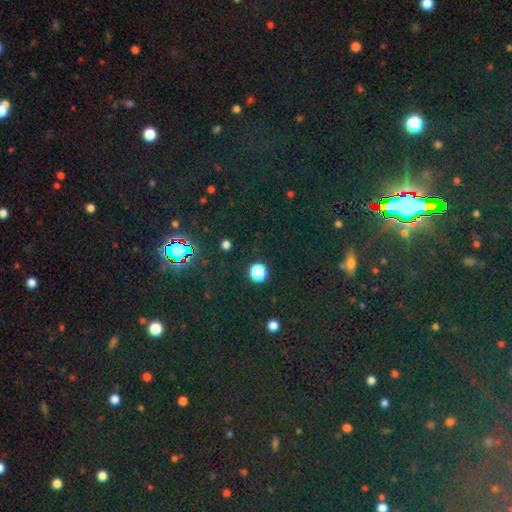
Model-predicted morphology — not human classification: type=star or artifact (76%).